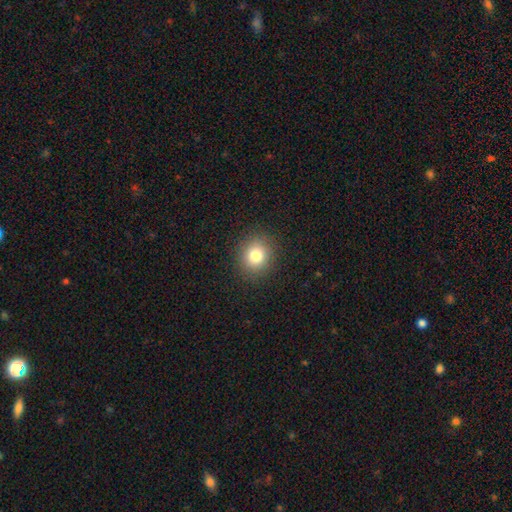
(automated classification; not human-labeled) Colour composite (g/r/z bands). It shows a smooth galaxy with no disk features (81%) that is round (82%). Merging: none (90%).